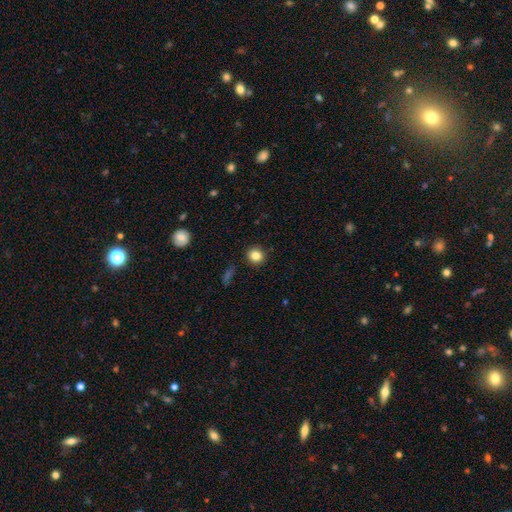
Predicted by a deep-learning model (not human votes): A smooth galaxy with no disk features (83%) that is round (91%).

Vote fractions:
- Smooth or featured? smooth: 83% / star or artifact: 11% / featured or disk: 6%
- How rounded? round: 91% / in between: 8% / cigar-shaped: 1%
- Merging? none: 91% / minor disturbance: 6% / major disturbance: 2% / merger: 1%